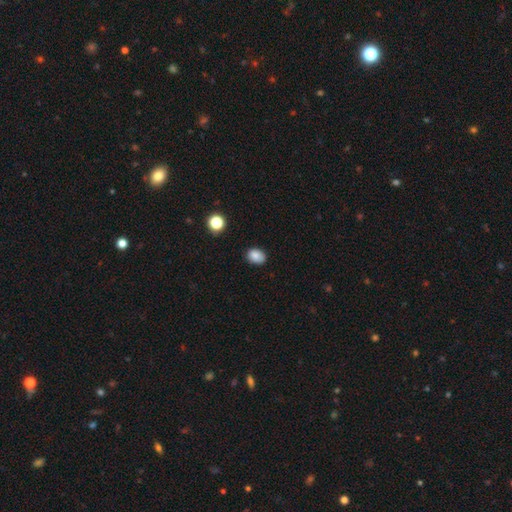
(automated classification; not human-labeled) Morphology: type=smooth (86%); roundness=in between (68%); merging=none (81%).